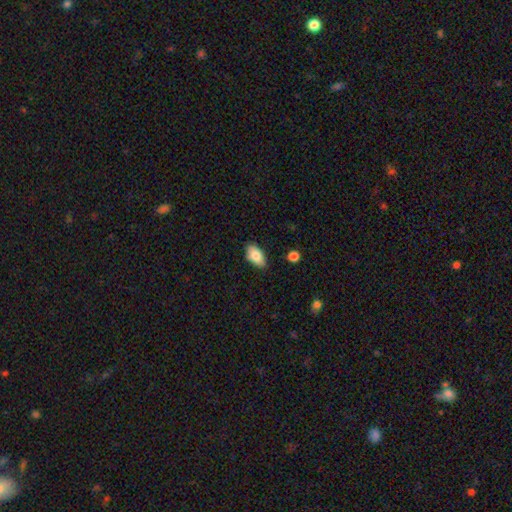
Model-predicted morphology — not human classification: Smooth or featured? smooth (82%)
How rounded? in between (93%)
Merging? none (82%)